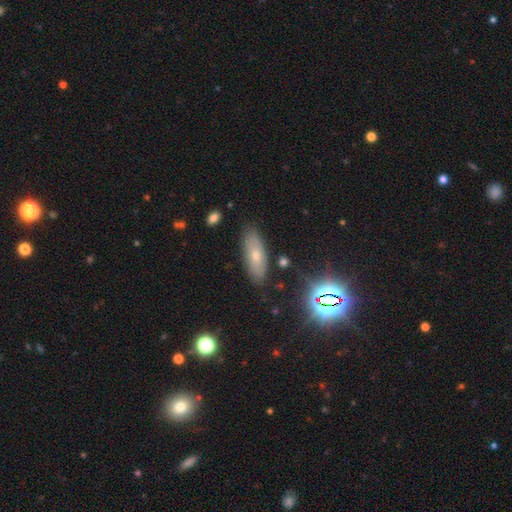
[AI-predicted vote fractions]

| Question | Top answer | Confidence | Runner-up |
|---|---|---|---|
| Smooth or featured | smooth | 61% | featured or disk (25%) |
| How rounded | in between | 68% | cigar-shaped (29%) |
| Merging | none | 83% | minor disturbance (12%) |